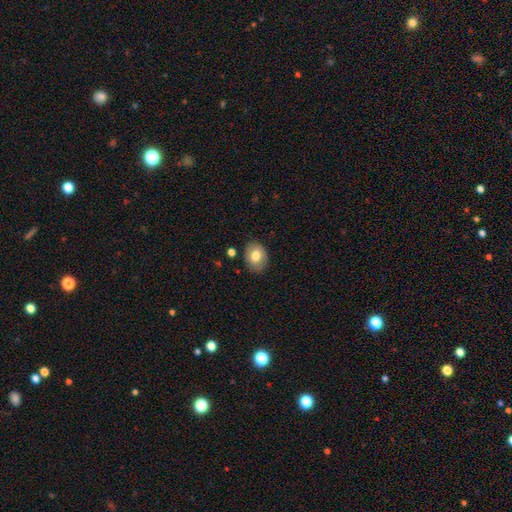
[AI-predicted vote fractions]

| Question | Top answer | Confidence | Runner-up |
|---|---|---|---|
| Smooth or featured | smooth | 78% | featured or disk (14%) |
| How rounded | in between | 63% | round (36%) |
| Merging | none | 84% | minor disturbance (11%) |